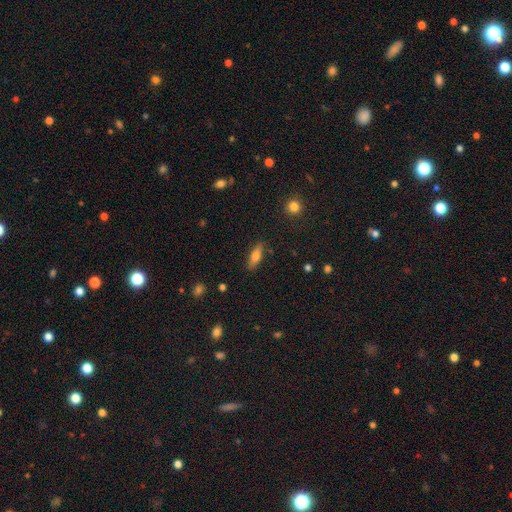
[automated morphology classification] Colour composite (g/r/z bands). It shows a smooth galaxy with no disk features (70%) that is in between round and cigar-shaped (55%). Merging: none (84%).